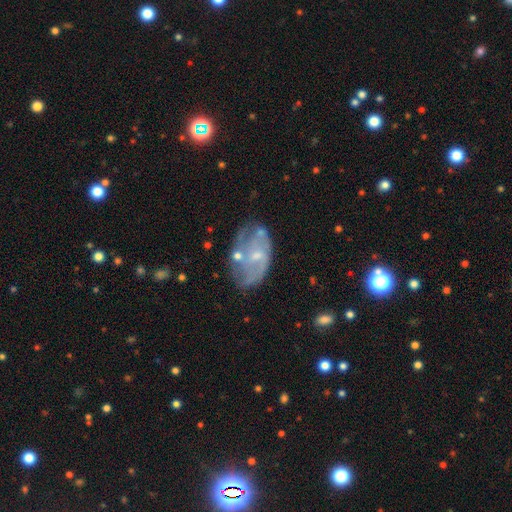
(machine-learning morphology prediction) The model was most divided on "bar": no: 59%, weak: 34%, strong: 6%. More confident: edge-on disk — no (96%); smooth or featured — featured or disk (72%); spiral arms — yes (66%); bulge size — small (62%); merging — none (51%).